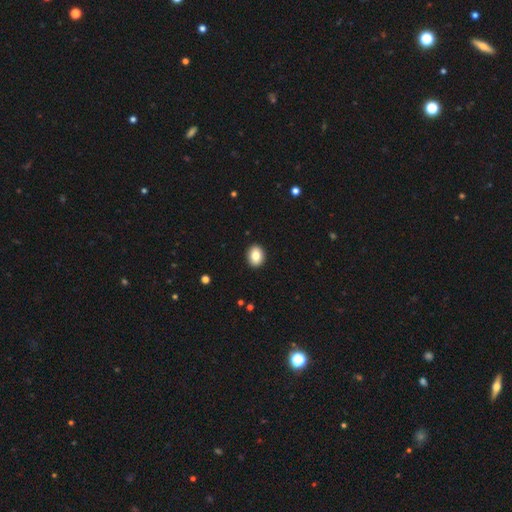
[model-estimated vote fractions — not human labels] Q: Smooth or featured?
A: smooth (83%); runner-up: featured or disk (9%)
Q: How rounded?
A: in between (54%); runner-up: round (45%)
Q: Merging?
A: none (91%); runner-up: minor disturbance (6%)